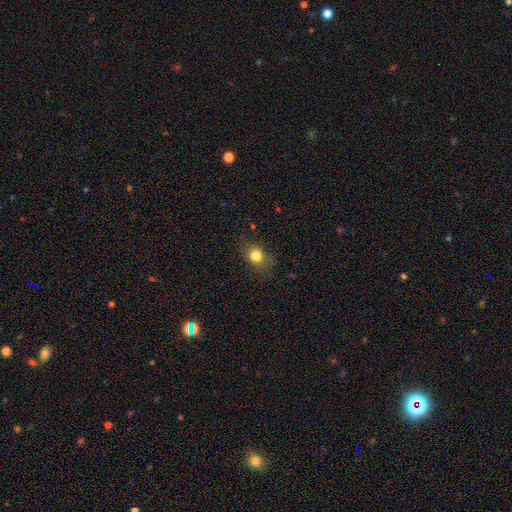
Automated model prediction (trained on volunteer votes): This is clearly a smooth galaxy (80%). How rounded: possibly round (53%). Merging: likely none (72%).